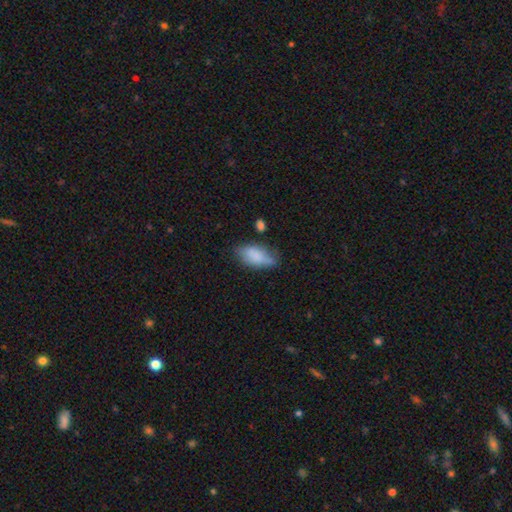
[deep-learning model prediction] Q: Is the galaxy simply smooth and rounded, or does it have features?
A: smooth — 77%.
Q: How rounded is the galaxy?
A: in between — 89%.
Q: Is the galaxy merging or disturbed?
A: none — 54%.